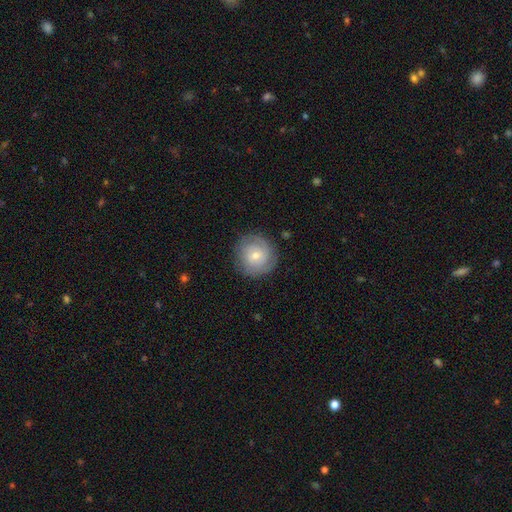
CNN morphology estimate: A smooth galaxy with no disk features (47%).

Vote fractions:
- Smooth or featured? smooth: 47% / featured or disk: 46% / star or artifact: 7%
- Merging? none: 84% / minor disturbance: 11% / major disturbance: 4% / merger: 1%